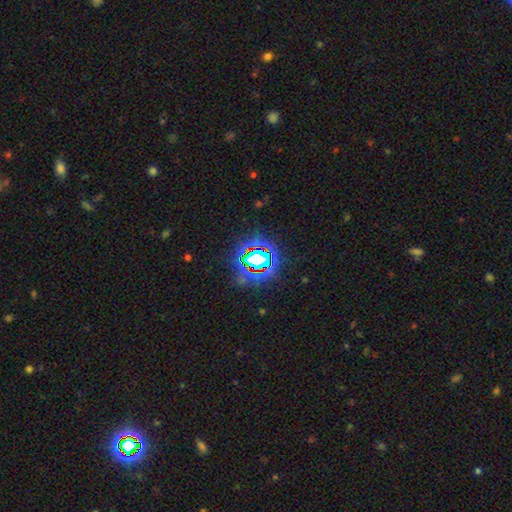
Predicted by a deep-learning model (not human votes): The model was most divided on "smooth or featured": star or artifact: 75%, smooth: 14%, featured or disk: 11%.